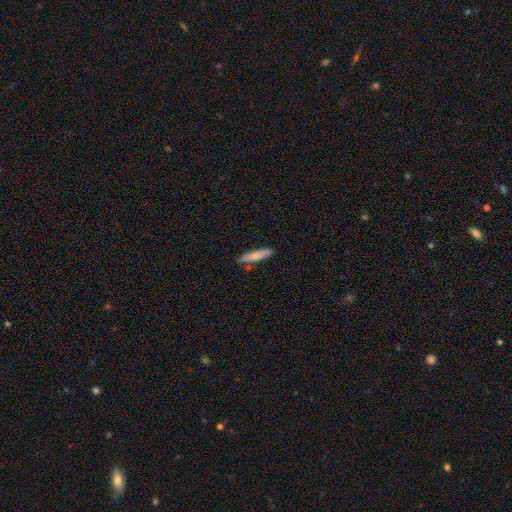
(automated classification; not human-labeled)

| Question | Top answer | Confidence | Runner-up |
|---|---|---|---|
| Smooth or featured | smooth | 77% | featured or disk (17%) |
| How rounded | cigar-shaped | 80% | in between (18%) |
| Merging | none | 80% | minor disturbance (14%) |